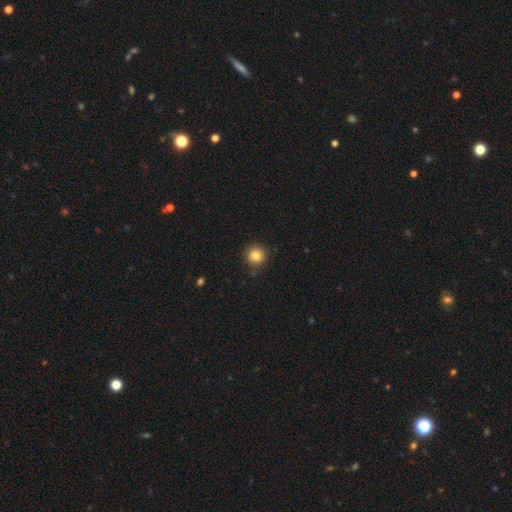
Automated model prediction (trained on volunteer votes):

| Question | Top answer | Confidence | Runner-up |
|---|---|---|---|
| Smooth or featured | smooth | 84% | star or artifact (11%) |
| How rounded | round | 94% | in between (5%) |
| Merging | none | 87% | minor disturbance (9%) |